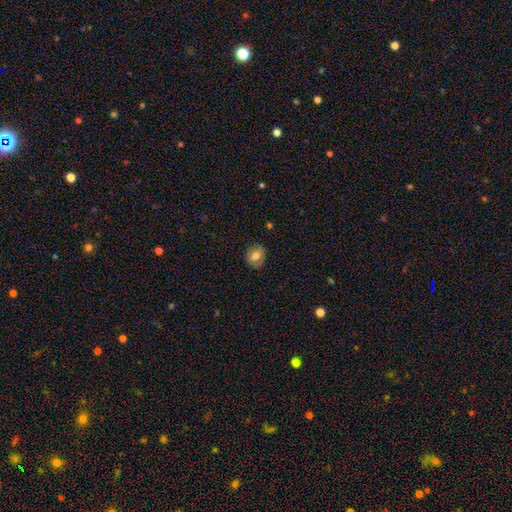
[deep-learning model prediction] Smooth or featured: smooth — 67% (featured or disk — 25%)
How rounded: round — 61% (in between — 38%)
Merging: none — 82% (minor disturbance — 14%)